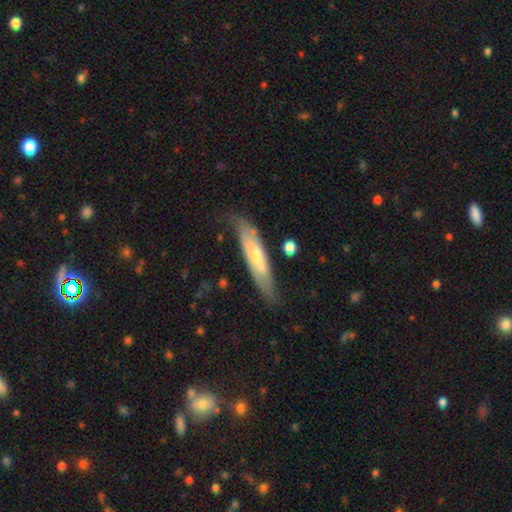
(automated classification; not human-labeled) This appears to be a featured or disk galaxy (51%) viewed edge-on (50%, tied with no). Merging: none (70%).